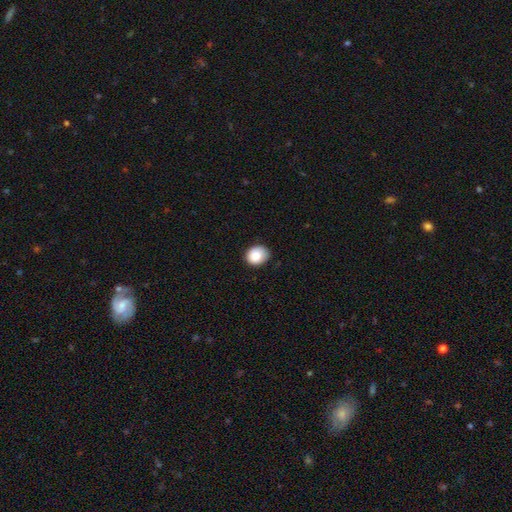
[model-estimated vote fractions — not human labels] This is clearly a smooth galaxy (85%). How rounded: likely round (61%). Merging: likely none (78%).